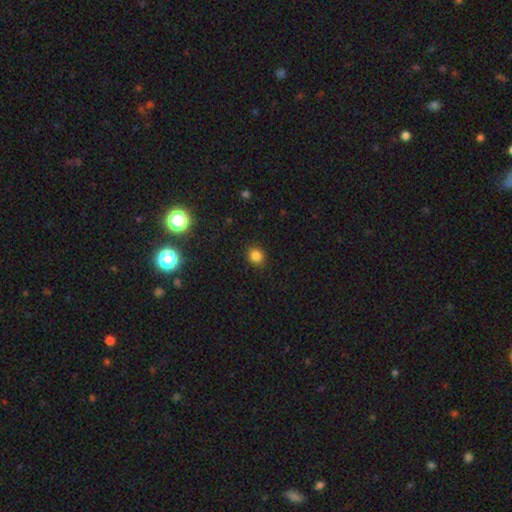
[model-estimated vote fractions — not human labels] Smooth or featured? Predicted: smooth (p=0.83). How rounded? Predicted: round (p=0.79). Merging? Predicted: none (p=0.90).